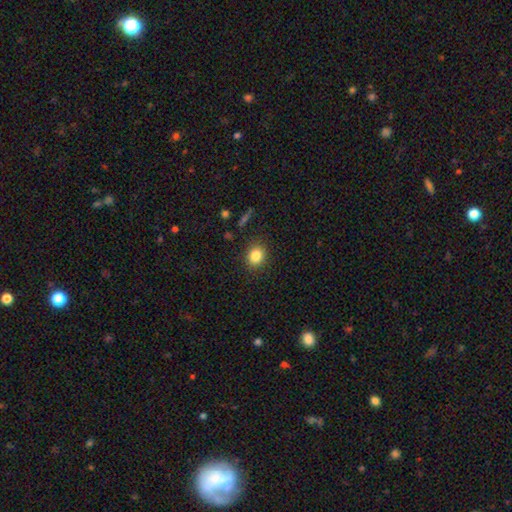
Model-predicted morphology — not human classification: Q: Smooth or featured?
A: smooth (83%); runner-up: star or artifact (10%)
Q: How rounded?
A: round (61%); runner-up: in between (38%)
Q: Merging?
A: none (87%); runner-up: minor disturbance (9%)